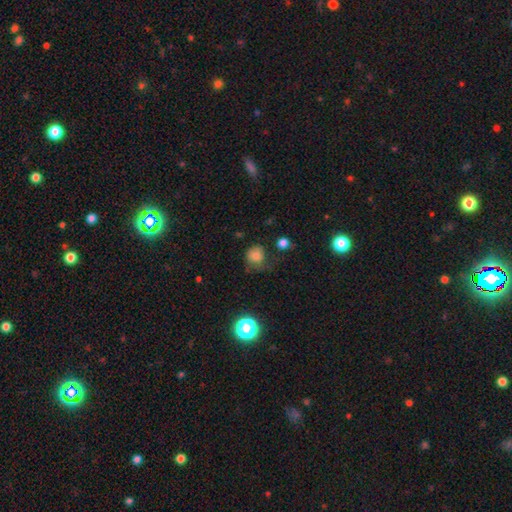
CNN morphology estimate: A smooth galaxy with no disk features (75%) that is round (80%). Merging: none (47%).